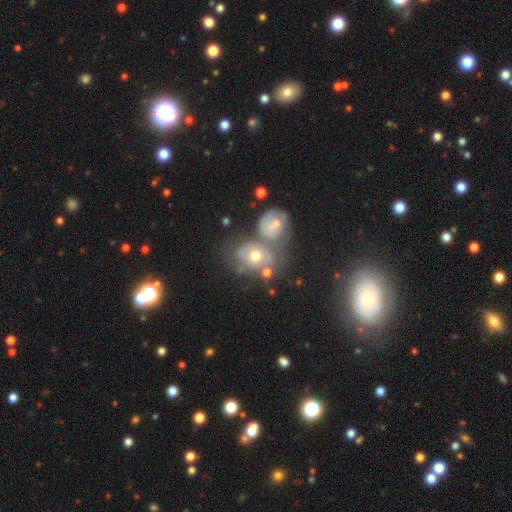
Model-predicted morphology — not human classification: smooth_or_featured: featured or disk (p=0.53) [alt: smooth p=0.35]
disk_edge_on: no (p=0.96) [alt: yes p=0.04]
bar: no (p=0.82) [alt: weak p=0.14]
has_spiral_arms: yes (p=0.53) [alt: no p=0.47]
bulge_size: moderate (p=0.64) [alt: small p=0.25]
merging: merger (p=0.50) [alt: none p=0.27]